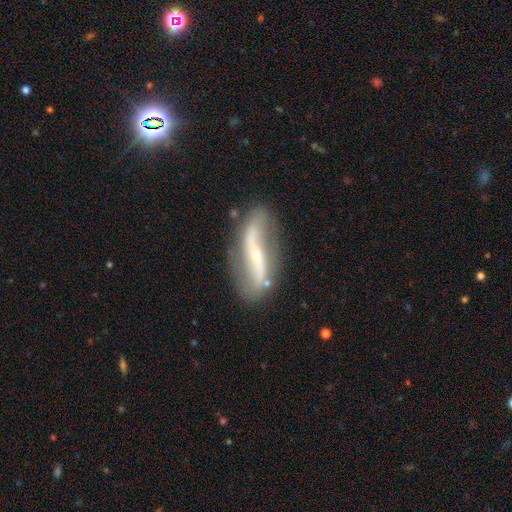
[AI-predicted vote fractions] featured or disk 85%, smooth 9%, star or artifact 6%. Down the decision tree: edge-on disk — no (86%); bar — strong (49%); spiral arms — yes (89%); spiral arm count — 2 (92%); spiral winding — loose (78%); bulge size — small (79%); merging — none (75%).